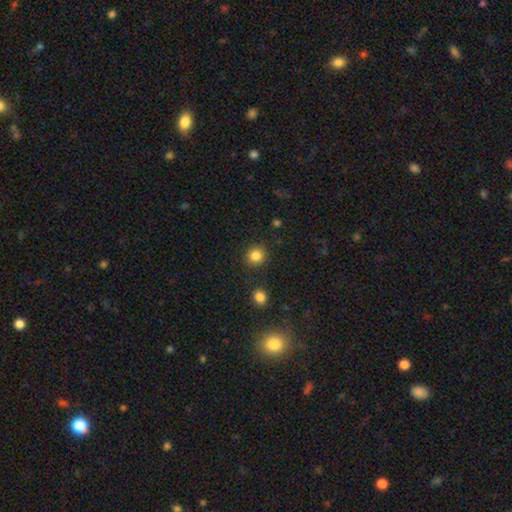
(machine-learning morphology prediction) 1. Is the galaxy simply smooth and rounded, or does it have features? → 84% smooth, 11% star or artifact, 5% featured or disk.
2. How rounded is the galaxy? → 88% round, 11% in between, 1% cigar-shaped.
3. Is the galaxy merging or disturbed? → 88% none, 7% minor disturbance, 3% merger, 2% major disturbance.